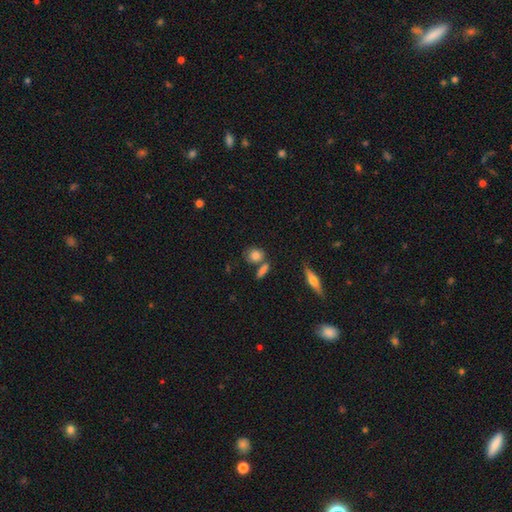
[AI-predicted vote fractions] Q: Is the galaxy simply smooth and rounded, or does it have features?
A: smooth — 82%.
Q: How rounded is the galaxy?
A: round — 56%.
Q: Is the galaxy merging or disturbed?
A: none — 61%.